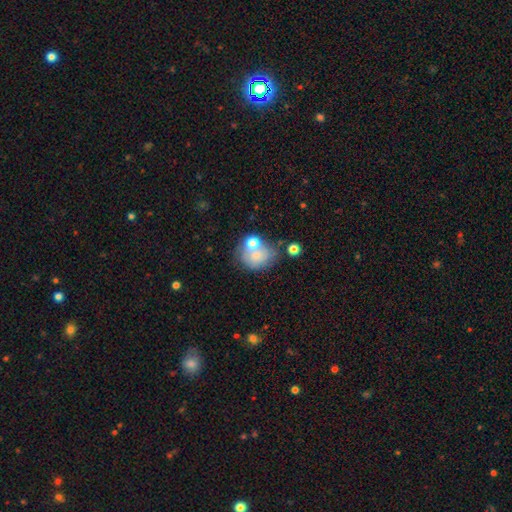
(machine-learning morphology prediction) Smooth or featured?
  - smooth: 63% *
  - featured or disk: 26%
  - star or artifact: 11%
How rounded?
  - round: 61% *
  - in between: 38%
  - cigar-shaped: 1%
Merging?
  - none: 38% *
  - merger: 29%
  - minor disturbance: 20%
  - major disturbance: 13%